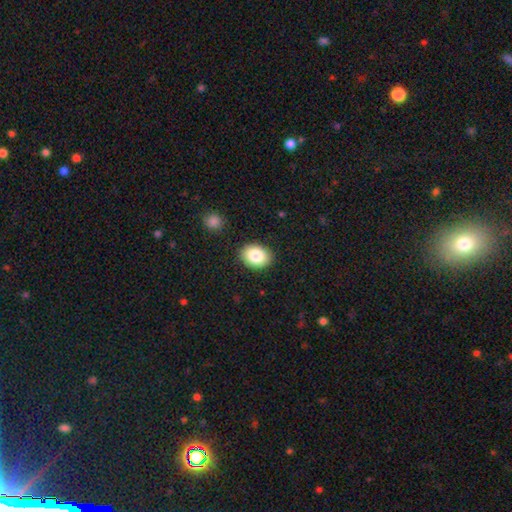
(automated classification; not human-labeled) This appears to be a smooth galaxy with no disk features (85%) that is in between round and cigar-shaped (68%). Merging: none (88%).